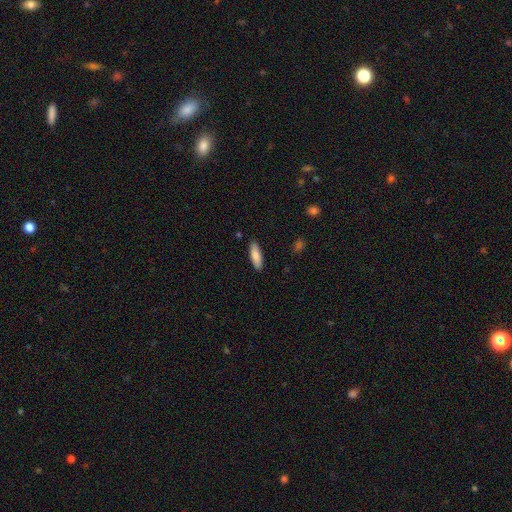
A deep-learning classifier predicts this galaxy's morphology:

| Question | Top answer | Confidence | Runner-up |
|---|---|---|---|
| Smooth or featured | smooth | 84% | featured or disk (10%) |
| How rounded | in between | 54% | cigar-shaped (44%) |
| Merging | none | 88% | minor disturbance (8%) |